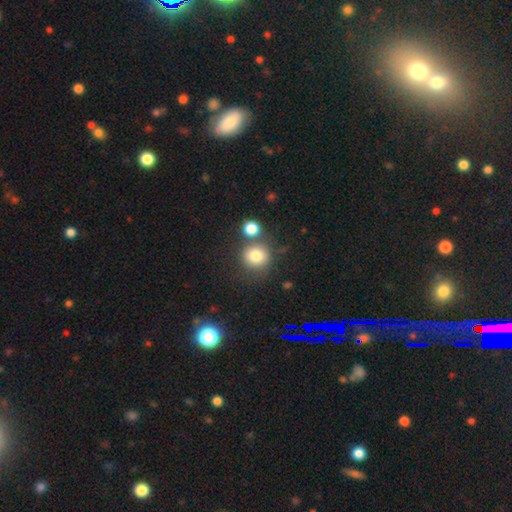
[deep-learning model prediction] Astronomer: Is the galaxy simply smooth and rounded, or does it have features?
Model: smooth — 80%.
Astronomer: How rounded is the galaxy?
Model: round — 90%.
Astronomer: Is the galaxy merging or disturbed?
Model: none — 64%.